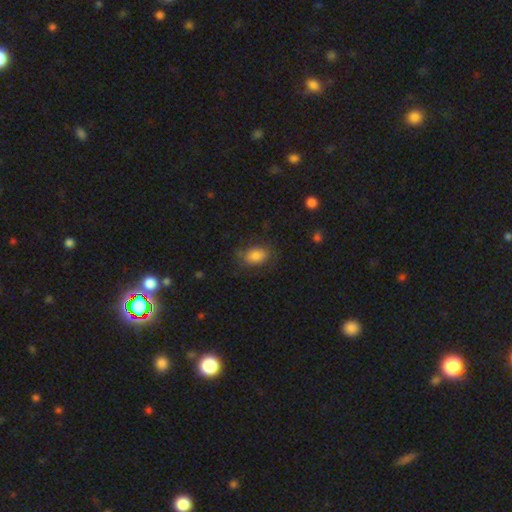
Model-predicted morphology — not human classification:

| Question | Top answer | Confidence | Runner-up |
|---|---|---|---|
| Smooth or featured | smooth | 78% | featured or disk (13%) |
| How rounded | in between | 78% | round (21%) |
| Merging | none | 67% | minor disturbance (21%) |